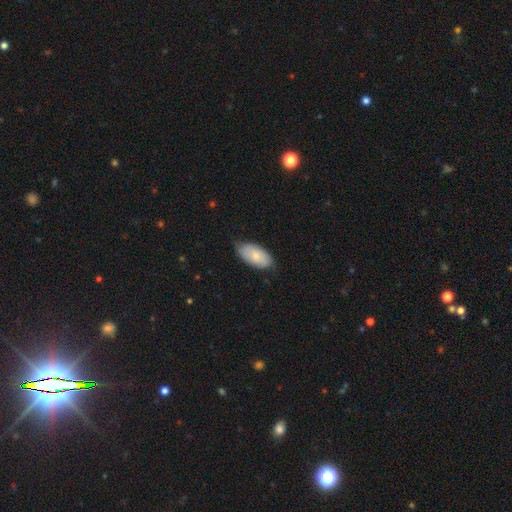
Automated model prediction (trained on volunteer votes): Q: Smooth or featured?
A: smooth (72%); runner-up: featured or disk (23%)
Q: How rounded?
A: in between (94%); runner-up: round (3%)
Q: Merging?
A: none (67%); runner-up: minor disturbance (27%)